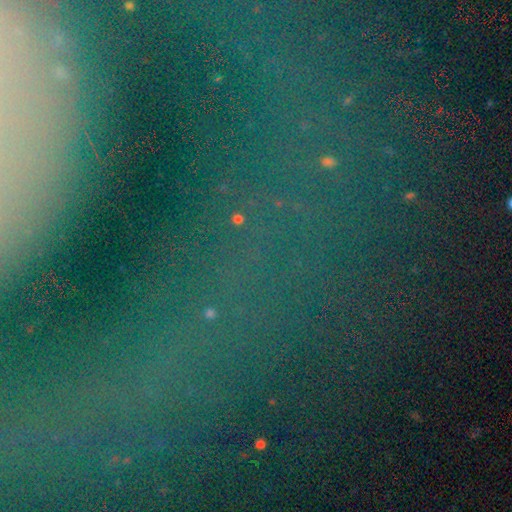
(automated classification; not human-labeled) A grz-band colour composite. It shows a star or artifact, not a galaxy (69%).